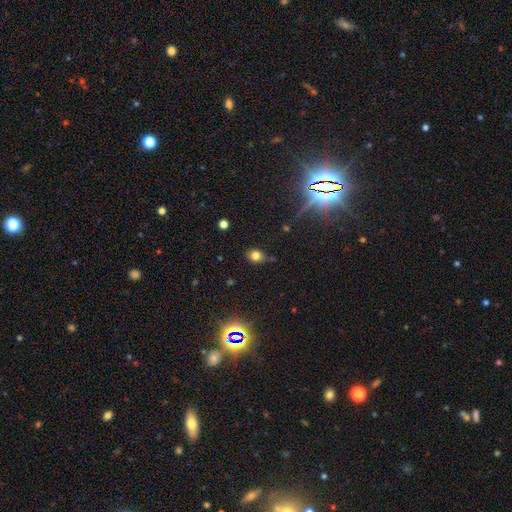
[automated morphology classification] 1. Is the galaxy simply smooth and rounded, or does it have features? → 76% smooth, 17% star or artifact, 7% featured or disk.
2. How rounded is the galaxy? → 66% round, 33% in between, 1% cigar-shaped.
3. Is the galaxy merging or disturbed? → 71% none, 20% minor disturbance, 5% major disturbance, 4% merger.